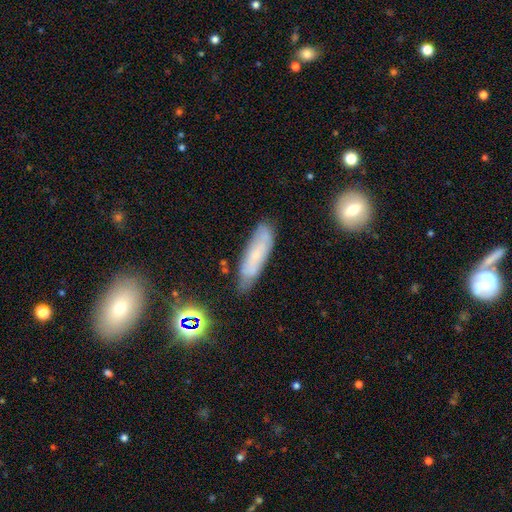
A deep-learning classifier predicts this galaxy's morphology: Smooth or featured? Predicted: smooth (p=0.49). Merging? Predicted: none (p=0.71).